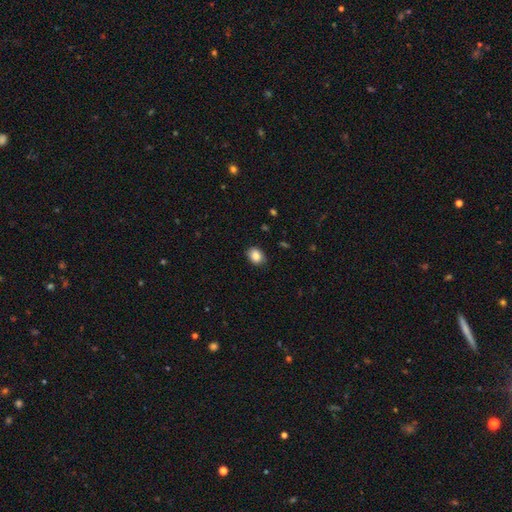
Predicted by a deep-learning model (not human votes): Morphology: type=smooth (85%); roundness=in between (56%); merging=none (82%).